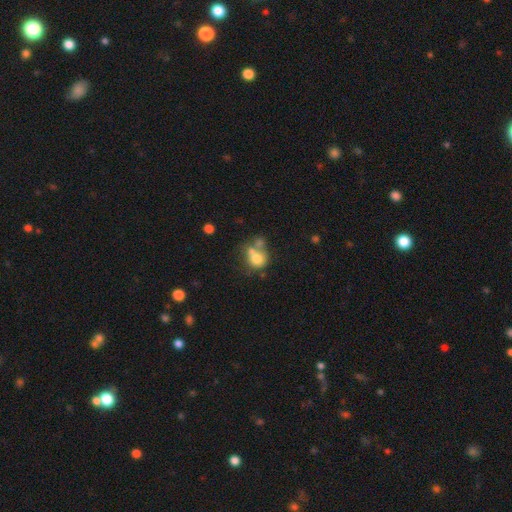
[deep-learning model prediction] This appears to be a smooth galaxy with no disk features (70%) that is round (70%). Merging: merger (47%).